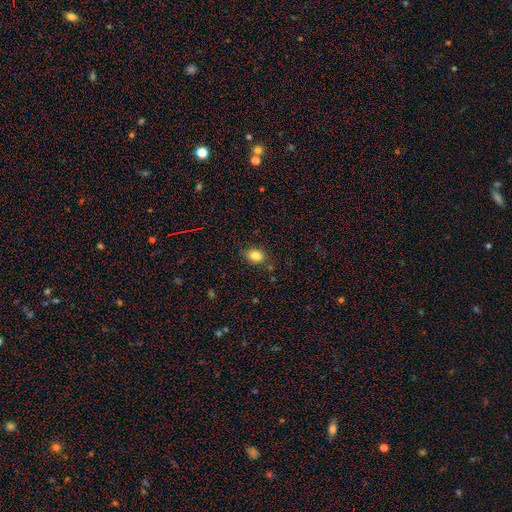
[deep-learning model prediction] Q: Smooth or featured?
A: smooth (83%); runner-up: star or artifact (11%)
Q: How rounded?
A: in between (56%); runner-up: round (43%)
Q: Merging?
A: none (81%); runner-up: minor disturbance (14%)